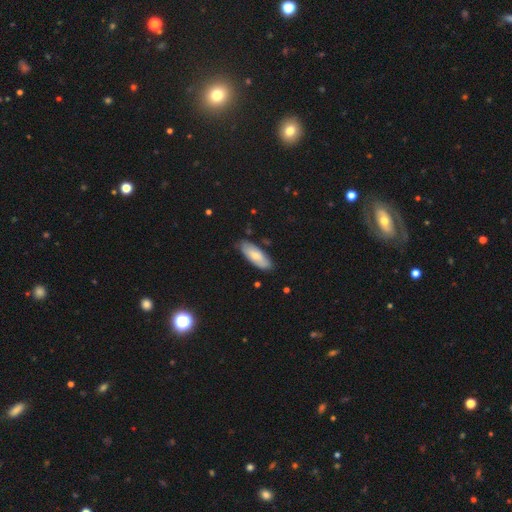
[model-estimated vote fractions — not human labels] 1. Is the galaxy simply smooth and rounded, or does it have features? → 64% smooth, 31% featured or disk, 6% star or artifact.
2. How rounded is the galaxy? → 75% in between, 24% cigar-shaped, 2% round.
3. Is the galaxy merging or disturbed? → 81% none, 15% minor disturbance, 2% major disturbance, 2% merger.